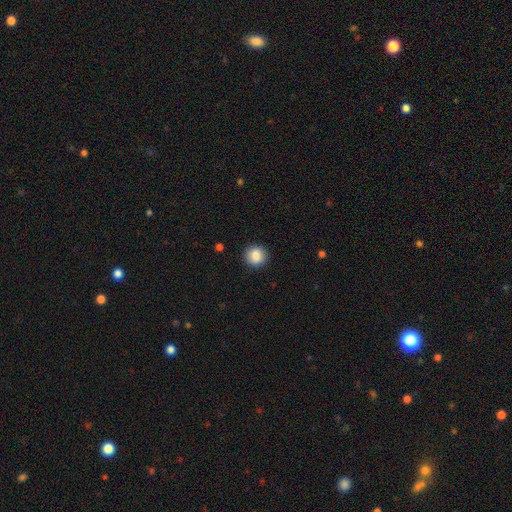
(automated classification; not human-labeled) A smooth galaxy with no disk features (86%) that is round (89%).

Vote fractions:
- Smooth or featured? smooth: 86% / star or artifact: 8% / featured or disk: 6%
- How rounded? round: 89% / in between: 10% / cigar-shaped: 1%
- Merging? none: 89% / minor disturbance: 8% / major disturbance: 2% / merger: 1%